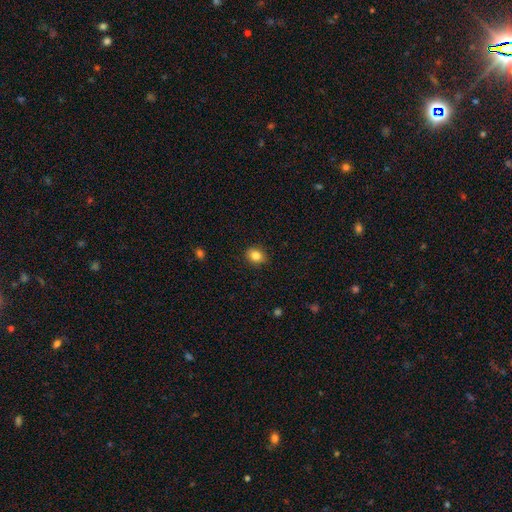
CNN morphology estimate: A smooth galaxy with no disk features (84%) that is round (56%). Merging: none (89%).